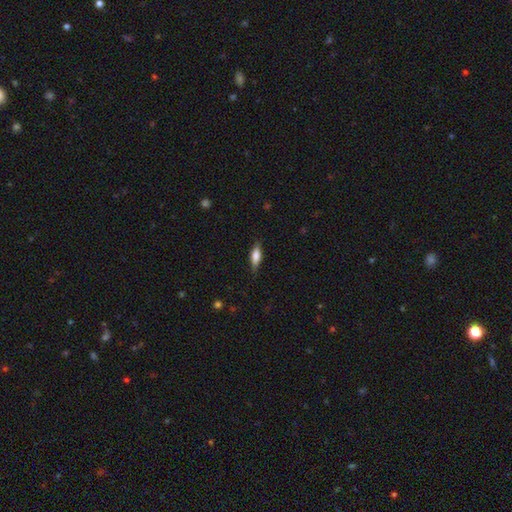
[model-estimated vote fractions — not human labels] A smooth galaxy with no disk features (68%) that is in between round and cigar-shaped (54%). Merging: none (82%).